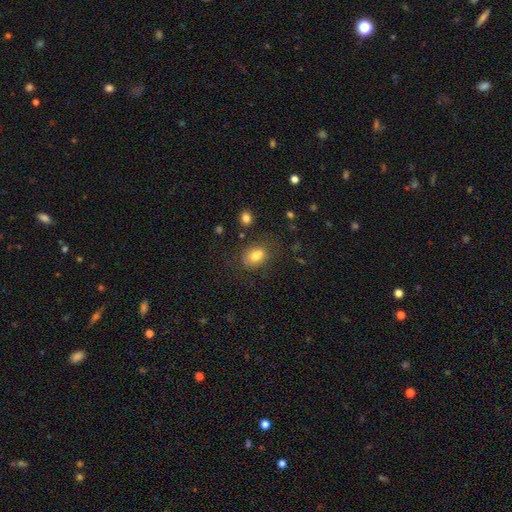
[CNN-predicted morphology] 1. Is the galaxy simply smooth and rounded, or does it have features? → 76% smooth, 13% featured or disk, 11% star or artifact.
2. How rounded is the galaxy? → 68% in between, 31% round, 1% cigar-shaped.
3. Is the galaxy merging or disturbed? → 60% none, 20% minor disturbance, 13% merger, 8% major disturbance.